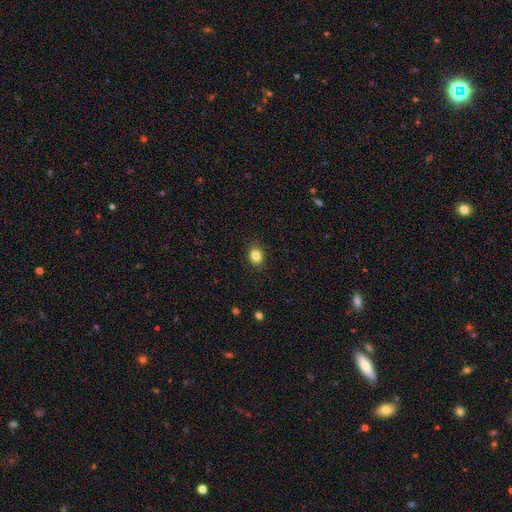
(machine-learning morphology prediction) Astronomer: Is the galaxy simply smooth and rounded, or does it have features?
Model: smooth — 84%.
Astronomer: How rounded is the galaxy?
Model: round — 50% (runner-up: in between, 49%).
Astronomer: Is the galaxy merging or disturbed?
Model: none — 89%.